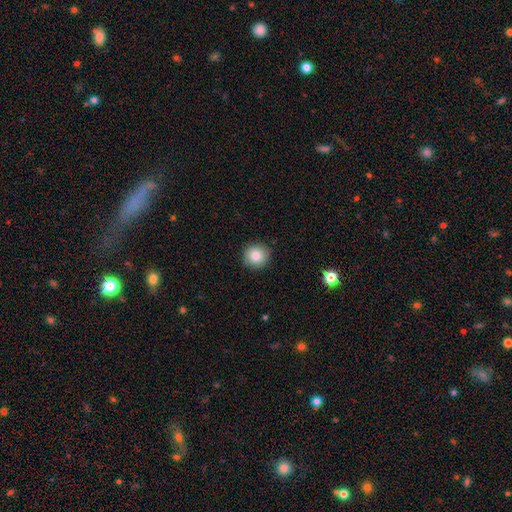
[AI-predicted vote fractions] smooth 85%, star or artifact 9%, featured or disk 7%. Down the decision tree: how rounded — round (92%); merging — none (90%).